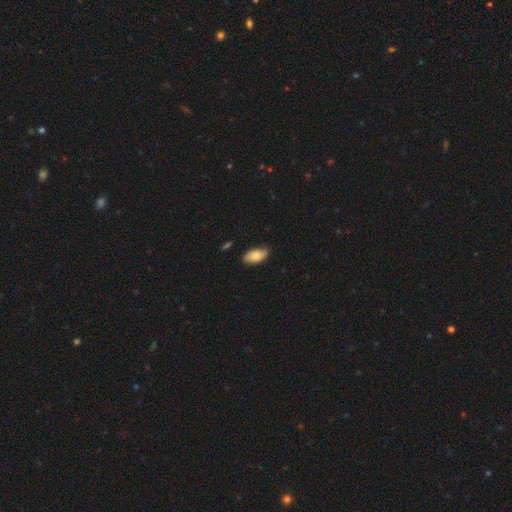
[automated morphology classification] Smooth or featured?
  - smooth: 76% *
  - featured or disk: 18%
  - star or artifact: 7%
How rounded?
  - in between: 94% *
  - cigar-shaped: 3%
  - round: 3%
Merging?
  - none: 76% *
  - minor disturbance: 20%
  - major disturbance: 3%
  - merger: 1%